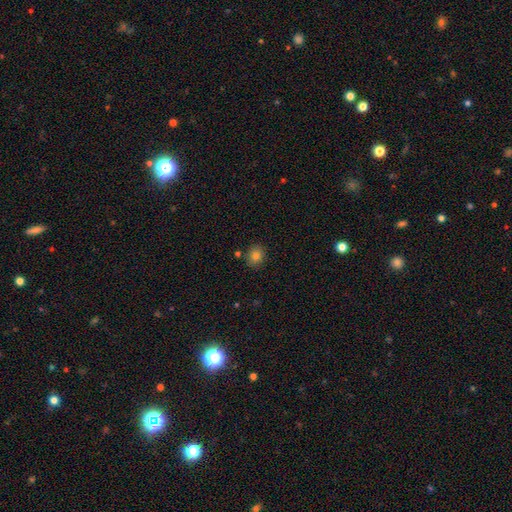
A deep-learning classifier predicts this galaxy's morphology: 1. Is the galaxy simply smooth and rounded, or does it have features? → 81% smooth, 12% star or artifact, 7% featured or disk.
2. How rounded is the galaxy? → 73% round, 26% in between, 1% cigar-shaped.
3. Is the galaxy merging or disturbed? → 84% none, 9% minor disturbance, 4% merger, 2% major disturbance.